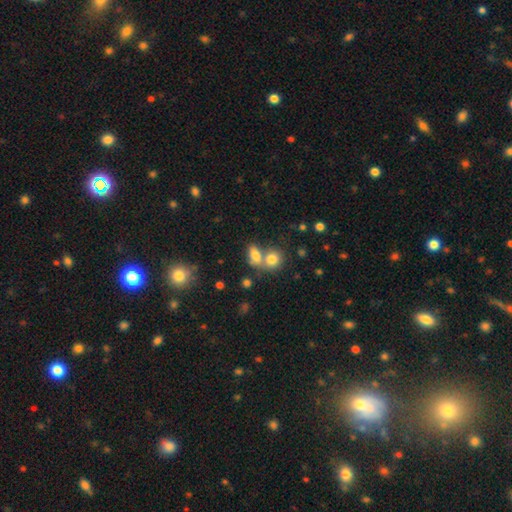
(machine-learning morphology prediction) smooth 78%, featured or disk 12%, star or artifact 11%. Down the decision tree: how rounded — in between (76%); merging — merger (53%).